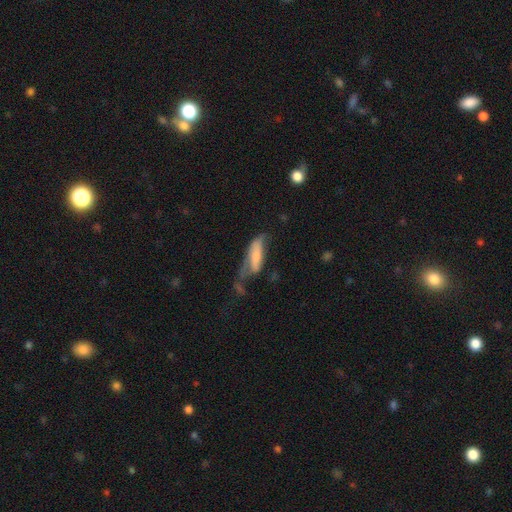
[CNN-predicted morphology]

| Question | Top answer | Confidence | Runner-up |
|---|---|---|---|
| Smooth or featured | smooth | 56% | featured or disk (37%) |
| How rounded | in between | 59% | cigar-shaped (38%) |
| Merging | major disturbance | 47% | minor disturbance (23%) |